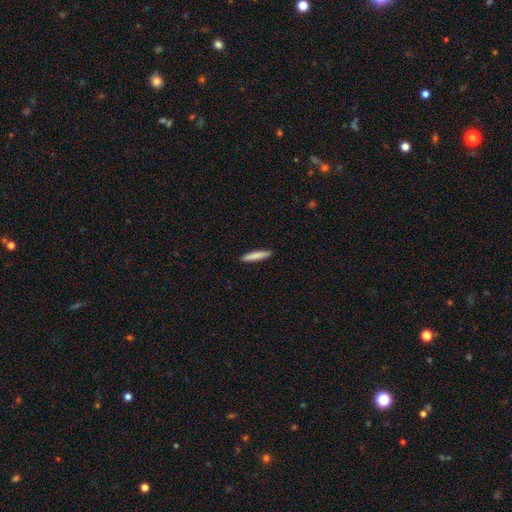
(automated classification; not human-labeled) Smooth or featured? smooth (83%)
How rounded? cigar-shaped (91%)
Merging? none (92%)